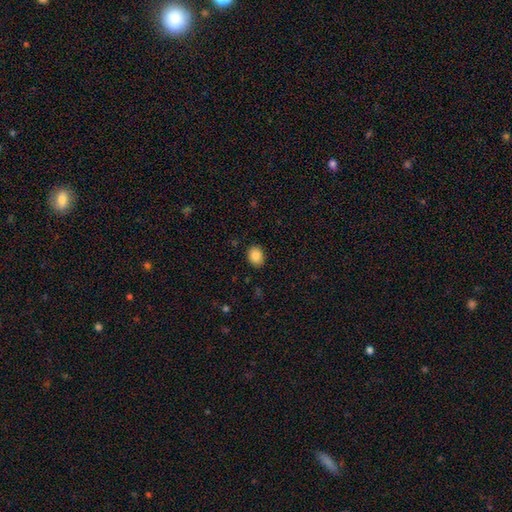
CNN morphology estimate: Smooth or featured: smooth — 87% (star or artifact — 8%)
How rounded: in between — 59% (round — 40%)
Merging: none — 89% (minor disturbance — 8%)